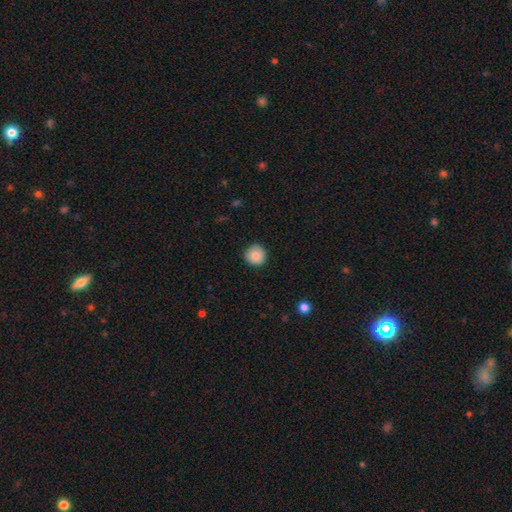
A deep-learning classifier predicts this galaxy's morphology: A smooth galaxy with no disk features (87%) that is round (95%).

Vote fractions:
- Smooth or featured? smooth: 87% / star or artifact: 8% / featured or disk: 5%
- How rounded? round: 95% / in between: 4% / cigar-shaped: 1%
- Merging? none: 90% / minor disturbance: 7% / major disturbance: 2% / merger: 1%